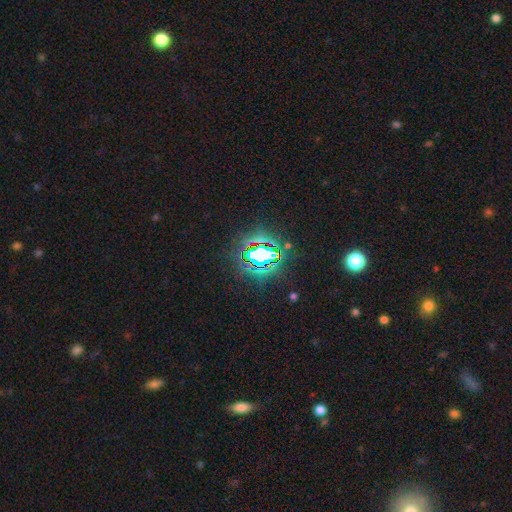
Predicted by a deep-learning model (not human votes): A star or artifact, not a galaxy (80%).